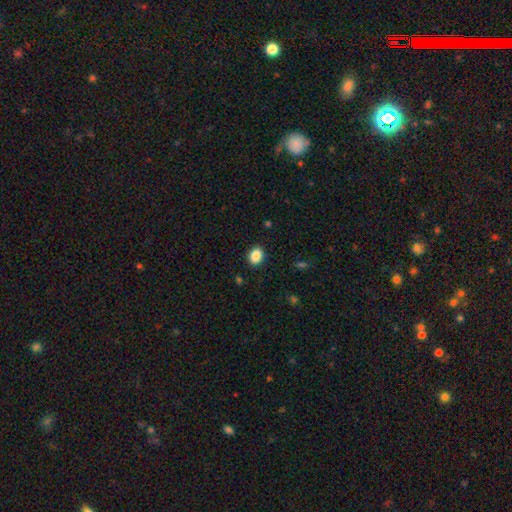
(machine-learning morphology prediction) Q: Smooth or featured?
A: smooth (88%); runner-up: star or artifact (8%)
Q: How rounded?
A: in between (60%); runner-up: round (39%)
Q: Merging?
A: none (90%); runner-up: minor disturbance (7%)